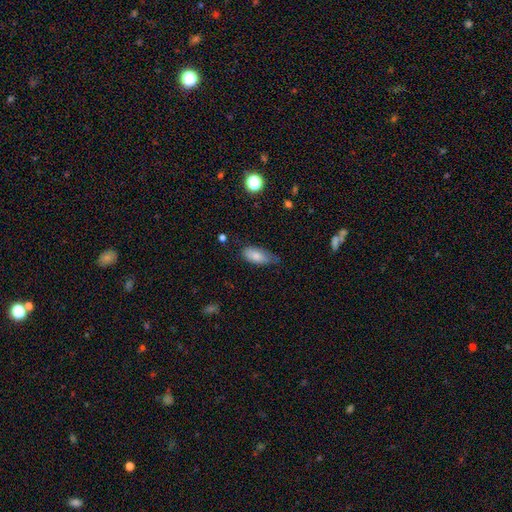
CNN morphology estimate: Smooth or featured? Predicted: smooth (p=0.82). How rounded? Predicted: in between (p=0.87). Merging? Predicted: none (p=0.53).